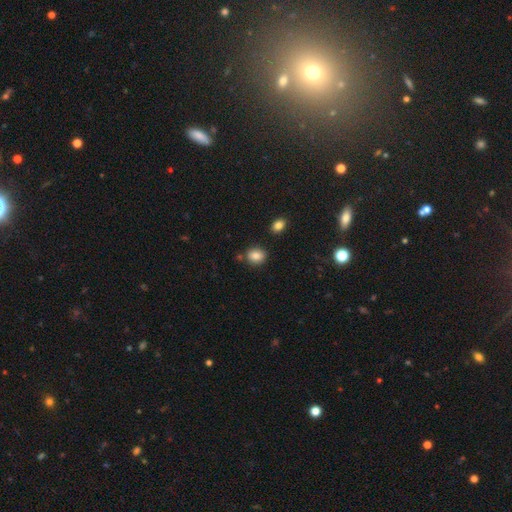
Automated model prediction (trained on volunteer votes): Q: Smooth or featured?
A: smooth (85%); runner-up: star or artifact (10%)
Q: How rounded?
A: round (57%); runner-up: in between (42%)
Q: Merging?
A: none (80%); runner-up: minor disturbance (11%)